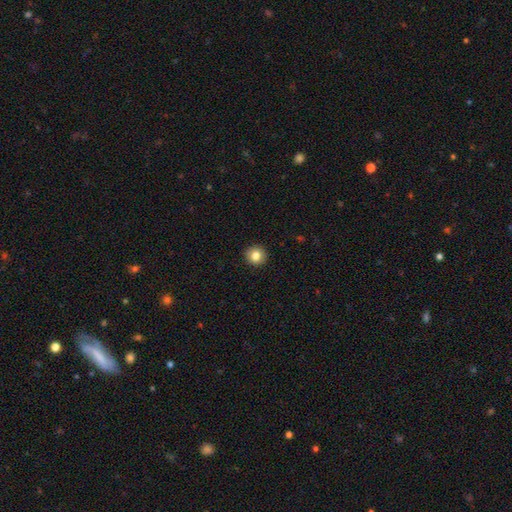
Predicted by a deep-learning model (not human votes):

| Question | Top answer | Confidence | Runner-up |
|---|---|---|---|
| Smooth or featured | smooth | 82% | star or artifact (10%) |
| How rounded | round | 94% | in between (5%) |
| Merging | none | 93% | minor disturbance (5%) |